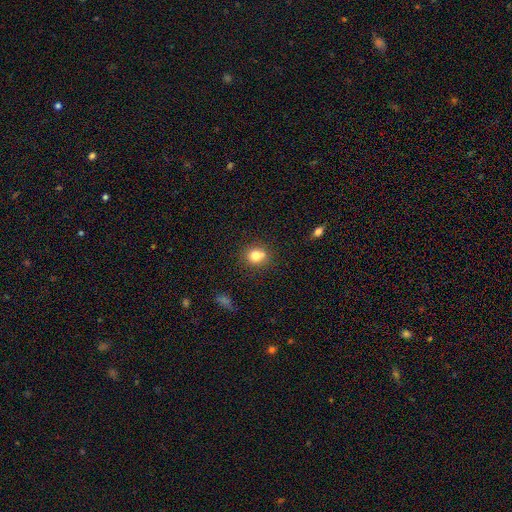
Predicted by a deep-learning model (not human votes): This is likely a smooth galaxy (77%). How rounded: likely round (78%). Merging: likely none (66%).